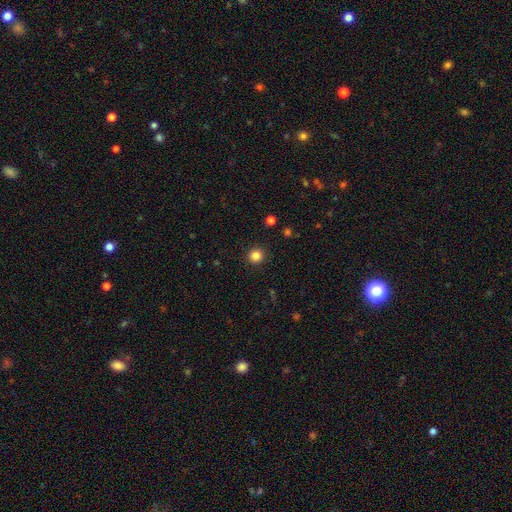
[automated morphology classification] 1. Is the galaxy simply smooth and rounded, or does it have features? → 84% smooth, 12% star or artifact, 4% featured or disk.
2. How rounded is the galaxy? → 94% round, 5% in between, 1% cigar-shaped.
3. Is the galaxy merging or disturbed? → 92% none, 5% minor disturbance, 2% major disturbance, 1% merger.